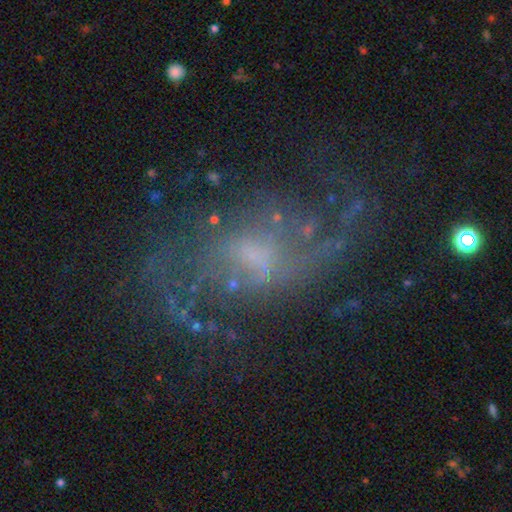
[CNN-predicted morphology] This is clearly a featured or disk galaxy (83%). It is clearly not viewed edge-on (97%). Bar: possibly weak (53%). Spiral arm pattern: clearly yes (91%). Spiral arm count: likely 2 (71%). Spiral winding: possibly loose (57%). Central bulge: marginally small (44%). Merging: likely none (60%).